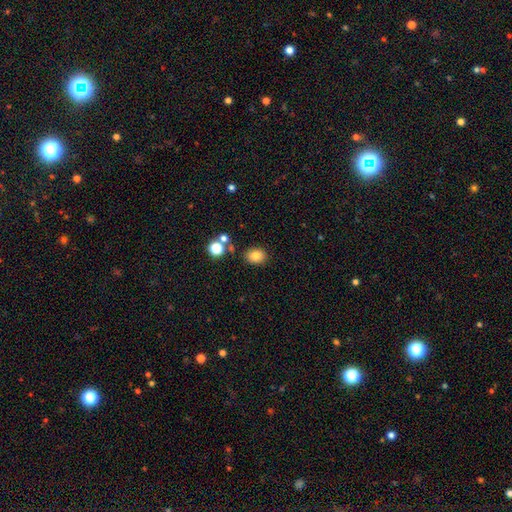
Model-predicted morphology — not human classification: type=smooth (81%); roundness=in between (53%); merging=none (82%).